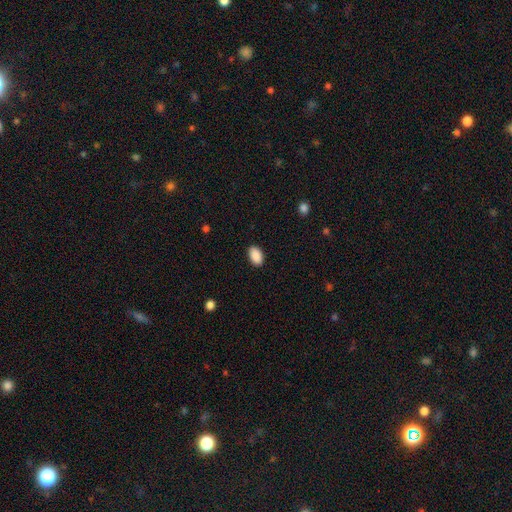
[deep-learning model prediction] Smooth or featured: smooth — 90% (star or artifact — 7%)
How rounded: in between — 91% (round — 7%)
Merging: none — 89% (minor disturbance — 8%)